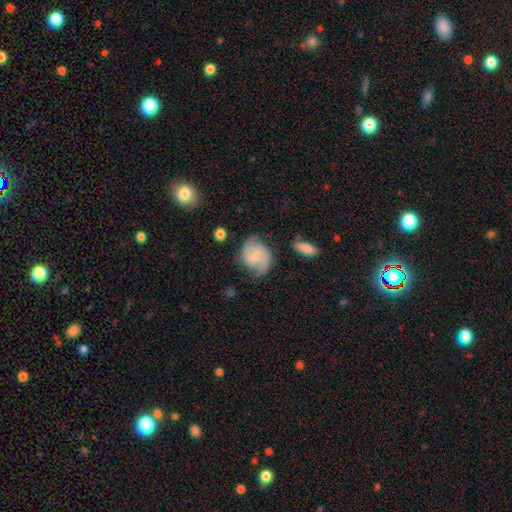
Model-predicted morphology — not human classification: Smooth or featured? Predicted: featured or disk (p=0.63). Edge-on disk? Predicted: no (p=0.97). Bar? Predicted: no (p=0.56). Spiral arms? Predicted: yes (p=0.90). Spiral winding? Predicted: medium (p=0.45). Spiral arm count? Predicted: 2 (p=0.79). Bulge size? Predicted: small (p=0.64). Merging? Predicted: none (p=0.61).